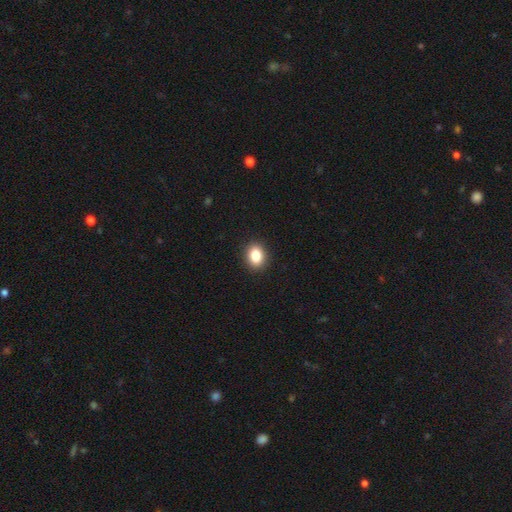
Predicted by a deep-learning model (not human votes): Smooth or featured? smooth (85%)
How rounded? in between (60%)
Merging? none (91%)